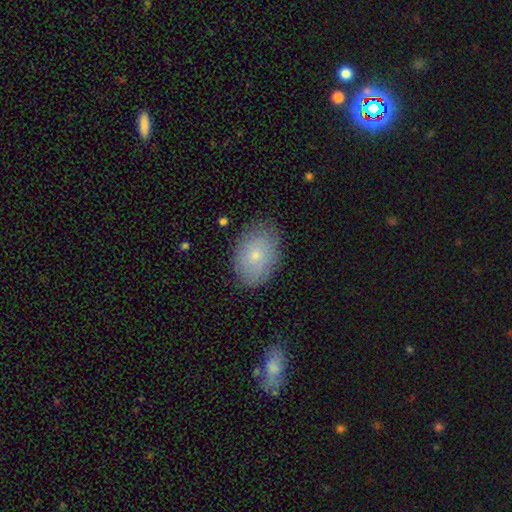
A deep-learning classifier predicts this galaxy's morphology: type=smooth (76%); roundness=in between (81%); merging=none (81%).